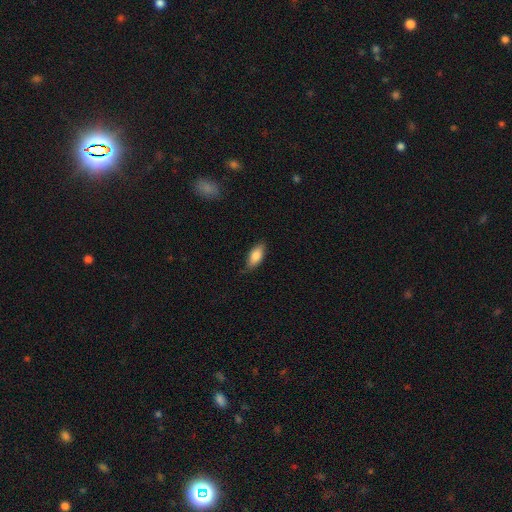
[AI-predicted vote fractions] A smooth galaxy with no disk features (82%) that is in between round and cigar-shaped (85%).

Vote fractions:
- Smooth or featured? smooth: 82% / featured or disk: 11% / star or artifact: 6%
- How rounded? in between: 85% / cigar-shaped: 13% / round: 2%
- Merging? none: 77% / minor disturbance: 18% / major disturbance: 3% / merger: 1%